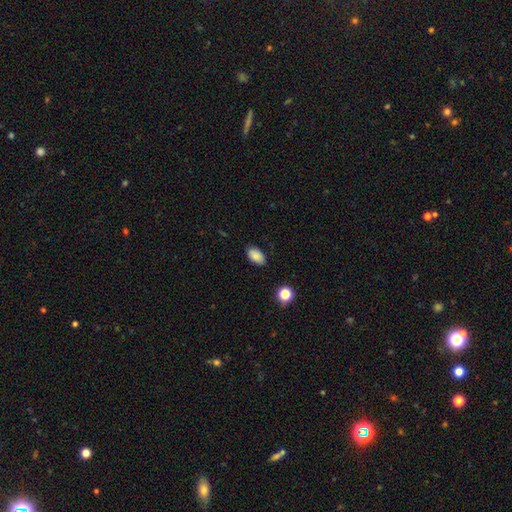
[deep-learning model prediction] A smooth galaxy with no disk features (87%) that is in between round and cigar-shaped (92%).

Vote fractions:
- Smooth or featured? smooth: 87% / star or artifact: 9% / featured or disk: 5%
- How rounded? in between: 92% / round: 7% / cigar-shaped: 2%
- Merging? none: 86% / minor disturbance: 10% / major disturbance: 2% / merger: 1%